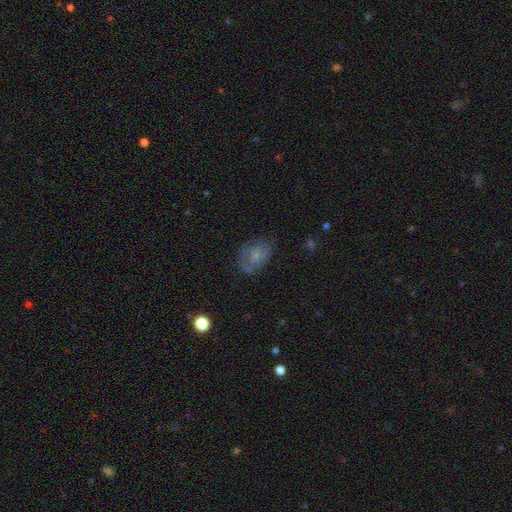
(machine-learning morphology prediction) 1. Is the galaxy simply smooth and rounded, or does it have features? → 53% smooth, 34% featured or disk, 12% star or artifact.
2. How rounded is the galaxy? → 80% in between, 18% round, 2% cigar-shaped.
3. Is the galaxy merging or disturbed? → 52% none, 26% minor disturbance, 18% major disturbance, 4% merger.